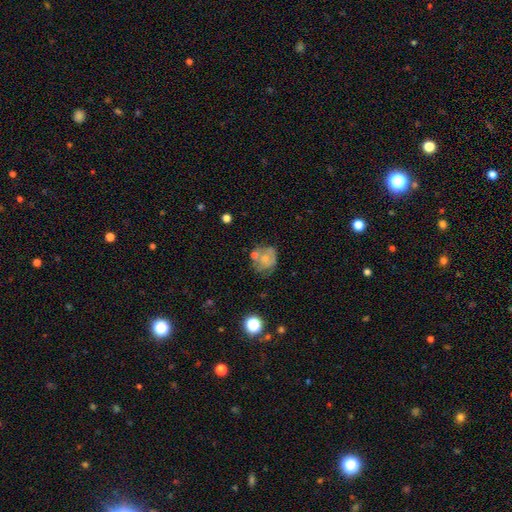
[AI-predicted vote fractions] Q: Smooth or featured?
A: featured or disk (44%); runner-up: smooth (42%)
Q: Merging?
A: none (50%); runner-up: minor disturbance (22%)